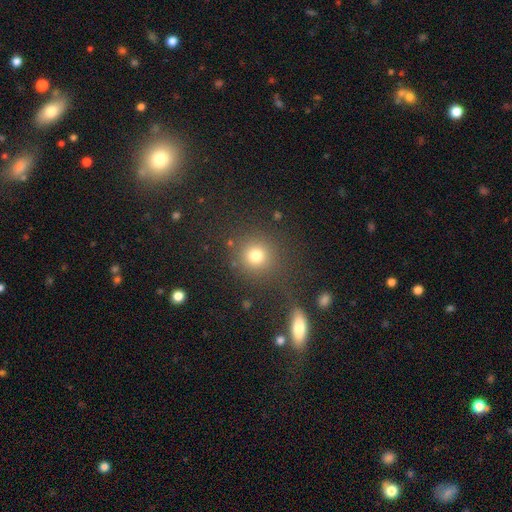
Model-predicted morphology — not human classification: This is likely a smooth galaxy (76%). How rounded: clearly round (91%). Merging: likely none (78%).